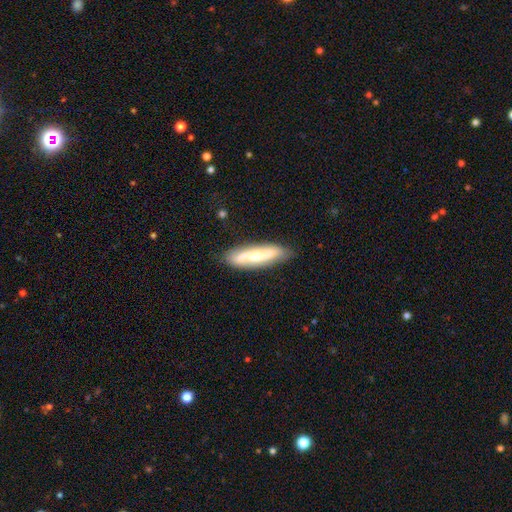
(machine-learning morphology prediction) Smooth or featured? Predicted: featured or disk (p=0.56). Edge-on disk? Predicted: no (p=0.63). Merging? Predicted: none (p=0.83).